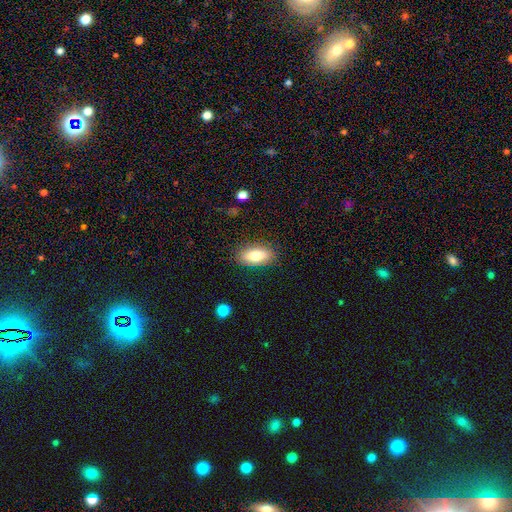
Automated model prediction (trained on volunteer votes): This appears to be a smooth galaxy with no disk features (78%) that is in between round and cigar-shaped (86%). Merging: none (86%).